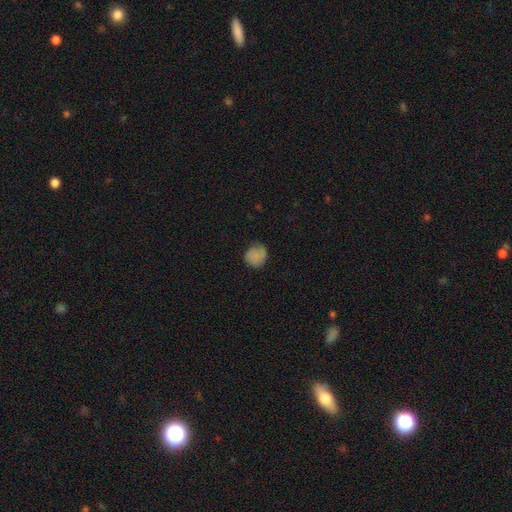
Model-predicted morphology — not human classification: Q: Smooth or featured?
A: smooth (75%); runner-up: featured or disk (15%)
Q: How rounded?
A: round (82%); runner-up: in between (17%)
Q: Merging?
A: none (64%); runner-up: minor disturbance (26%)